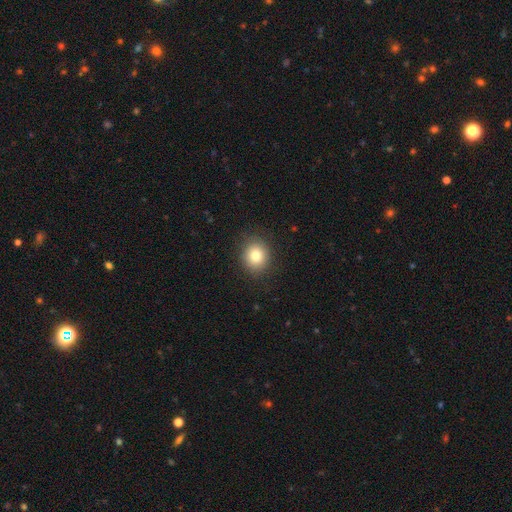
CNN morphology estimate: smooth_or_featured: smooth (p=0.80) [alt: star or artifact p=0.11]
how_rounded: round (p=0.78) [alt: in between p=0.21]
merging: none (p=0.88) [alt: minor disturbance p=0.08]